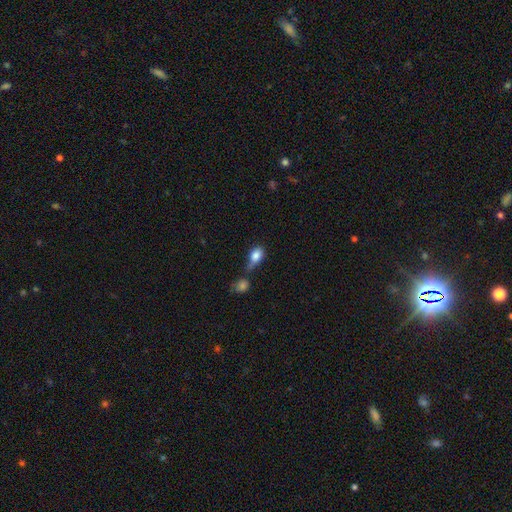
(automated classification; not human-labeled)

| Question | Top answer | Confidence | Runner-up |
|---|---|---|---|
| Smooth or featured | smooth | 82% | featured or disk (9%) |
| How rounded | in between | 77% | round (20%) |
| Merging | none | 33% | merger (31%) |